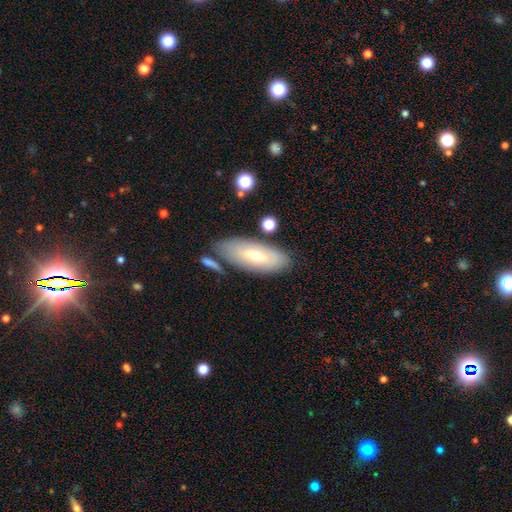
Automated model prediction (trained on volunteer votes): A smooth galaxy with no disk features (55%) that is in between round and cigar-shaped (78%).

Vote fractions:
- Smooth or featured? smooth: 55% / featured or disk: 39% / star or artifact: 7%
- How rounded? in between: 78% / cigar-shaped: 20% / round: 2%
- Merging? none: 77% / minor disturbance: 14% / merger: 6% / major disturbance: 3%